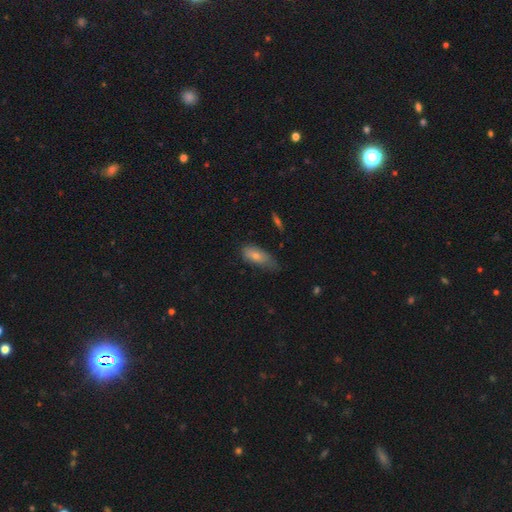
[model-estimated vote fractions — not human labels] smooth 76%, featured or disk 17%, star or artifact 8%. Down the decision tree: how rounded — in between (84%); merging — minor disturbance (43%).